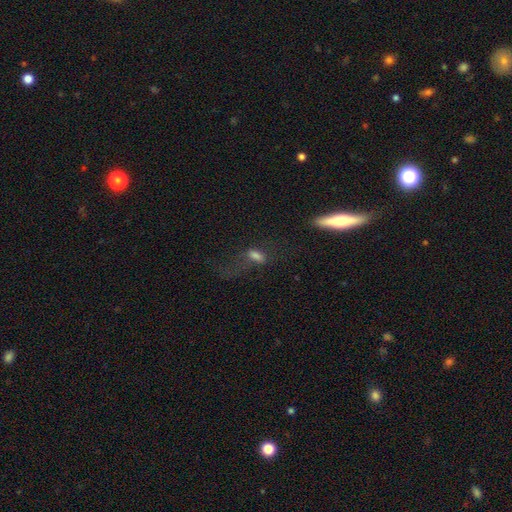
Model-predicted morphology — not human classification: This appears to be a smooth galaxy with no disk features (61%) that is in between round and cigar-shaped (67%). Merging: major disturbance (40%).